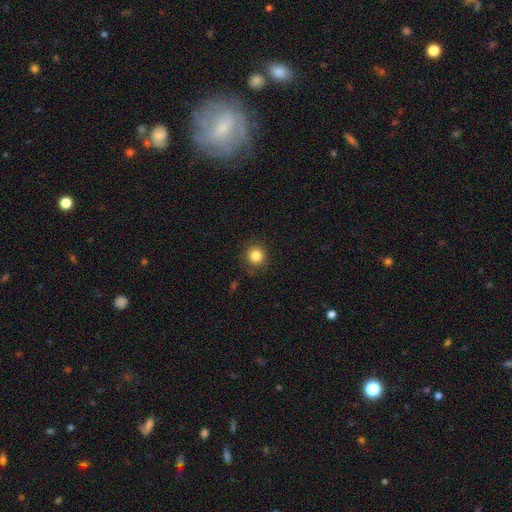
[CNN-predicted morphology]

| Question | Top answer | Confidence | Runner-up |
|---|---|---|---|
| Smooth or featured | smooth | 84% | star or artifact (11%) |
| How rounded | round | 92% | in between (7%) |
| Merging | none | 87% | minor disturbance (9%) |